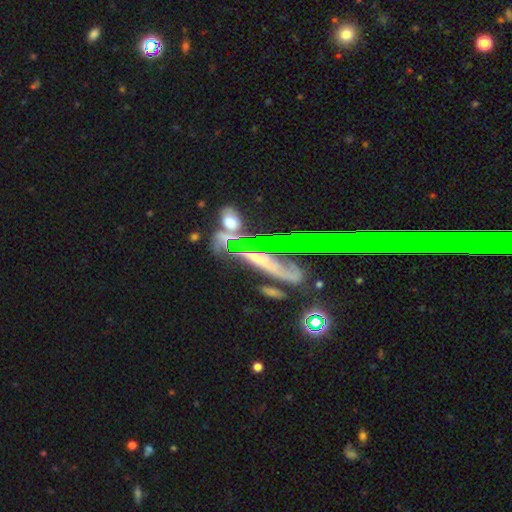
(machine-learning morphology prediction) Smooth or featured: featured or disk — 44% (star or artifact — 35%)
Merging: none — 68% (minor disturbance — 14%)